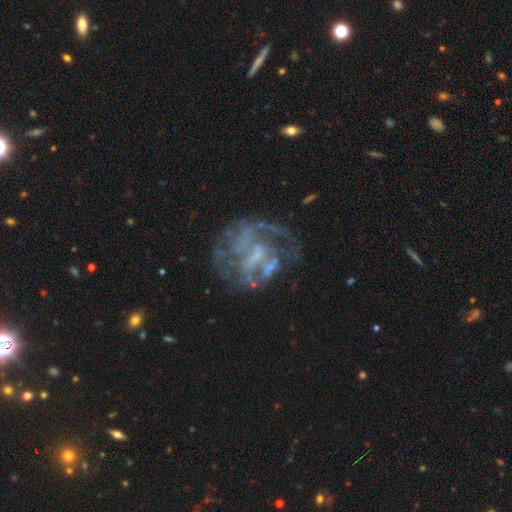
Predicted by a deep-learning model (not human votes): A featured or disk galaxy (74%) with no bar (58%), no spiral arms (57%) and no central bulge (60%). Merging: none (48%).